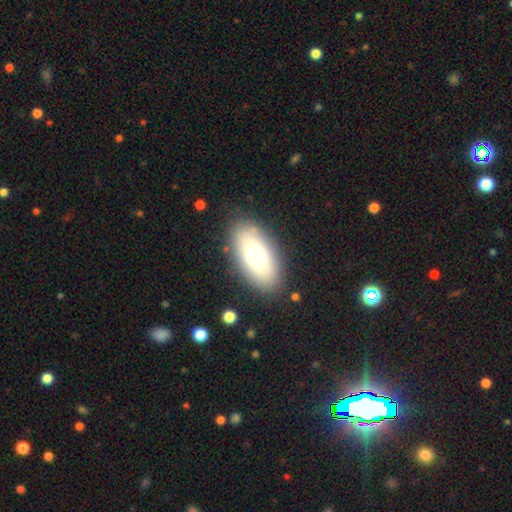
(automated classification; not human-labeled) This is likely a smooth galaxy (70%). How rounded: clearly in between (90%). Merging: clearly none (84%).